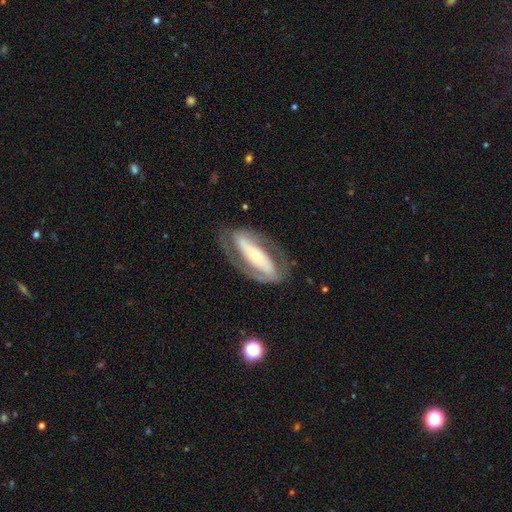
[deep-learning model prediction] featured or disk 77%, smooth 18%, star or artifact 5%. Down the decision tree: edge-on disk — no (87%); bar — strong (51%); spiral arms — yes (71%); bulge size — small (61%); merging — none (74%).